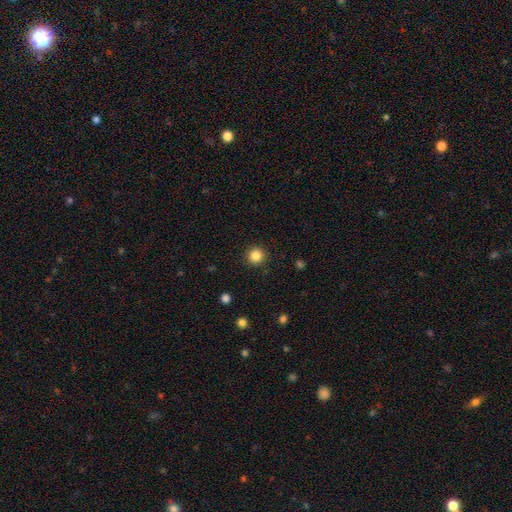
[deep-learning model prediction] Smooth or featured?
  - smooth: 85% *
  - star or artifact: 11%
  - featured or disk: 4%
How rounded?
  - round: 95% *
  - in between: 4%
  - cigar-shaped: 1%
Merging?
  - none: 92% *
  - minor disturbance: 5%
  - major disturbance: 2%
  - merger: 1%